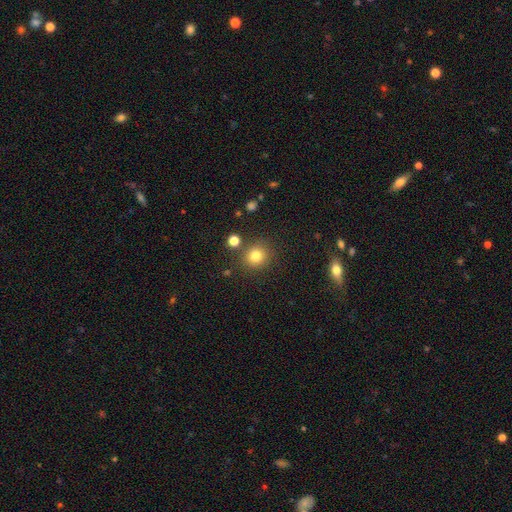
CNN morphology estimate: Overall: smooth (81%). How rounded: round (89%). Merging: none (83%).